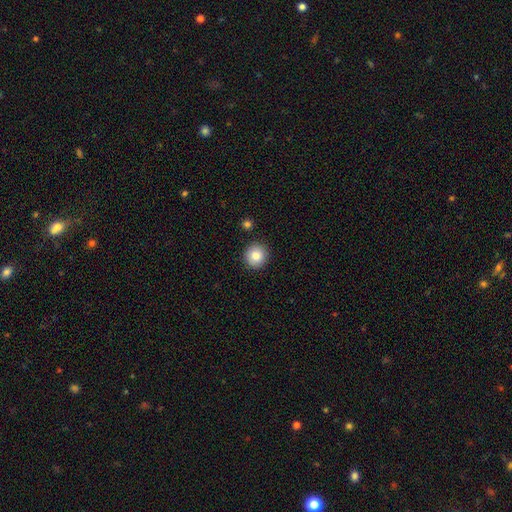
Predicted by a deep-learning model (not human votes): Smooth or featured: smooth — 84% (star or artifact — 9%)
How rounded: round — 91% (in between — 8%)
Merging: none — 90% (minor disturbance — 6%)